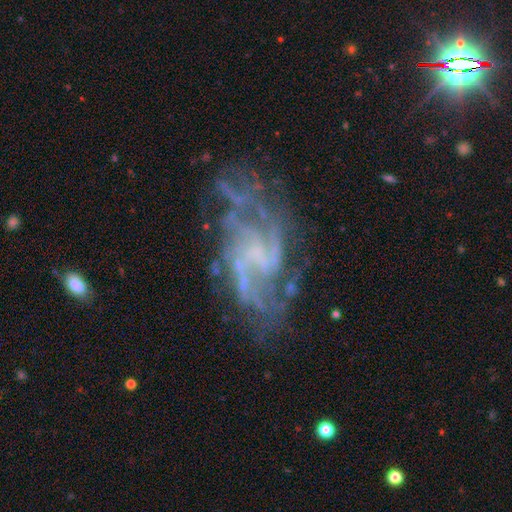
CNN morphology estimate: smooth-or-featured: featured or disk: 84% | star or artifact: 9% | smooth: 7%
  disk-edge-on: no: 97% | yes: 3%
    bar: no: 47% | weak: 40% | strong: 12%
    has-spiral-arms: yes: 89% | no: 11%
      spiral-winding: medium: 43% | loose: 34% | tight: 22%
      spiral-arm-count: 2: 31% | can't tell: 29% | 3: 18% | 4: 9% | 1: 6% | more than 4: 6%
    bulge-size: none: 57% | small: 28% | moderate: 12% | large: 2% | dominant: 1%
  merging: none: 56% | major disturbance: 21% | minor disturbance: 20% | merger: 3%